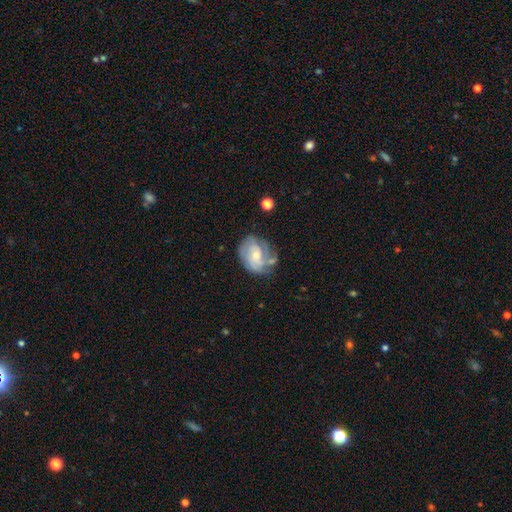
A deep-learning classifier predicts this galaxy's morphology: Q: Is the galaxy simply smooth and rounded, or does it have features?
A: featured or disk — 68%.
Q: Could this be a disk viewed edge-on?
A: no — 97%.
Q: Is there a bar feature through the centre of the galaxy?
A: no — 69%.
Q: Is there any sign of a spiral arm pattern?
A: yes — 82%.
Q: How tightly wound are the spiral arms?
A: tight — 52%.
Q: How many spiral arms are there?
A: can't tell — 41%.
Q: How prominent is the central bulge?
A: small — 51%.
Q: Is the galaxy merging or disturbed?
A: none — 54%.